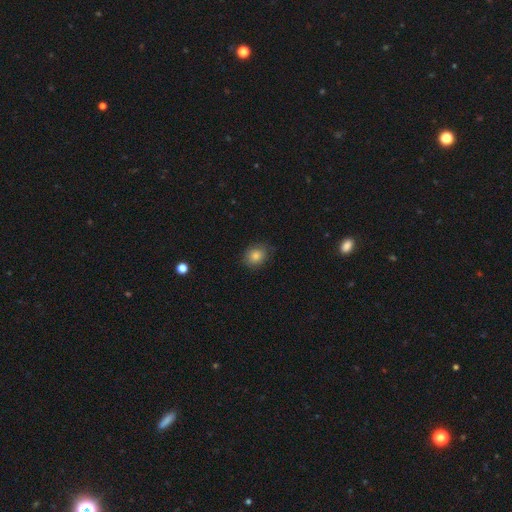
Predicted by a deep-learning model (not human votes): Overall: smooth (81%). How rounded: round (55%; in between 44%). Merging: none (75%).